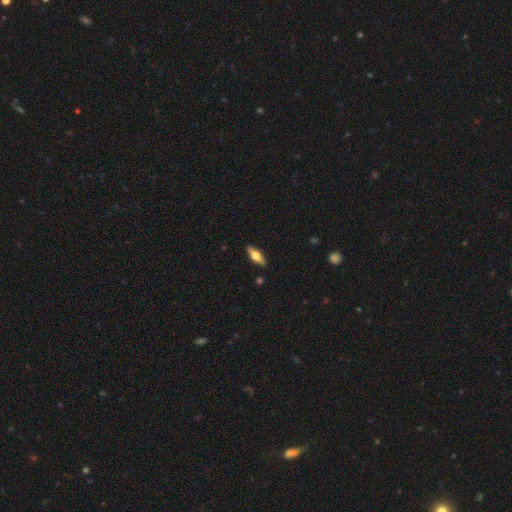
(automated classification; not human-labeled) Smooth or featured: smooth — 50% (featured or disk — 44%)
How rounded: in between — 63% (cigar-shaped — 34%)
Merging: none — 89% (minor disturbance — 8%)